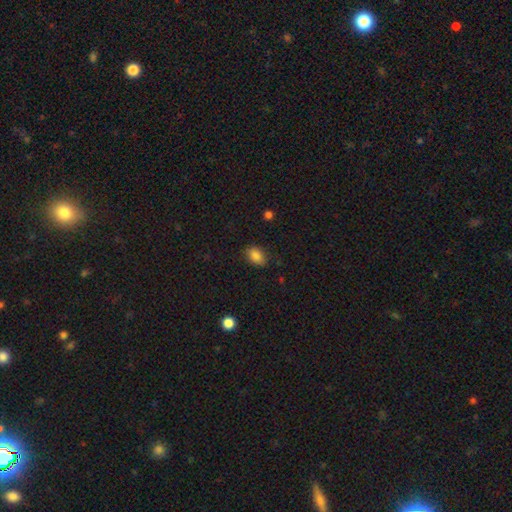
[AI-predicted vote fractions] Q: Smooth or featured?
A: smooth (84%); runner-up: star or artifact (9%)
Q: How rounded?
A: in between (80%); runner-up: round (18%)
Q: Merging?
A: none (79%); runner-up: minor disturbance (16%)